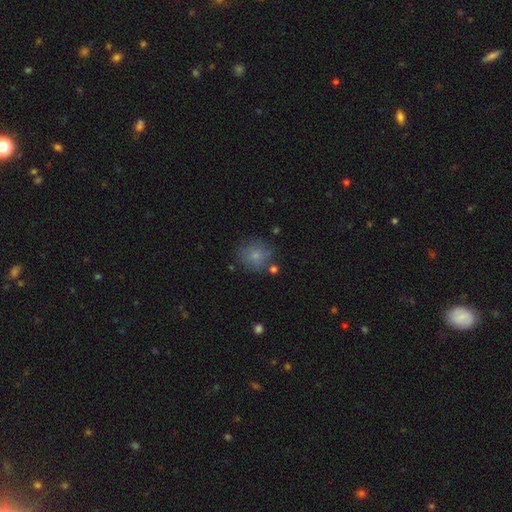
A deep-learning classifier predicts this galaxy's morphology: Q: Smooth or featured?
A: smooth (73%); runner-up: featured or disk (16%)
Q: How rounded?
A: round (86%); runner-up: in between (13%)
Q: Merging?
A: none (67%); runner-up: minor disturbance (18%)